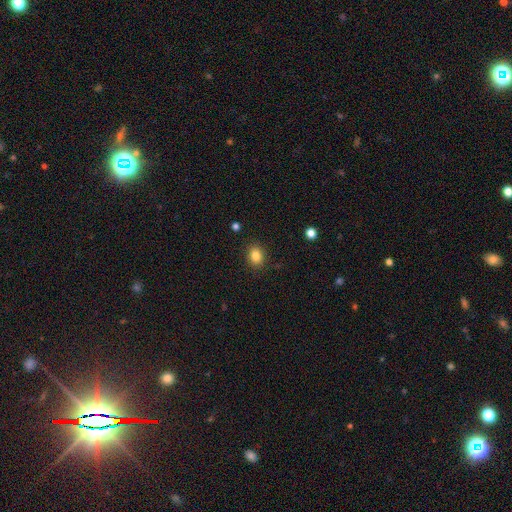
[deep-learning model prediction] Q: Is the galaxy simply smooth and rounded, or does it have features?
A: smooth — 84%.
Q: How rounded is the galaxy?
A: in between — 50%.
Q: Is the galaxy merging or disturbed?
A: none — 89%.